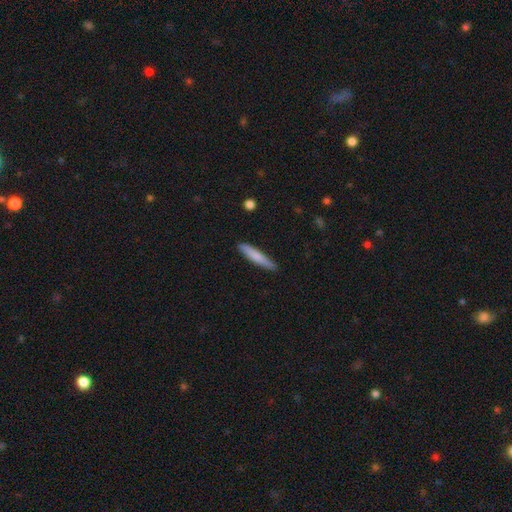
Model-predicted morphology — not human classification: This is likely a smooth galaxy (75%). How rounded: clearly cigar-shaped (92%). Merging: clearly none (87%).